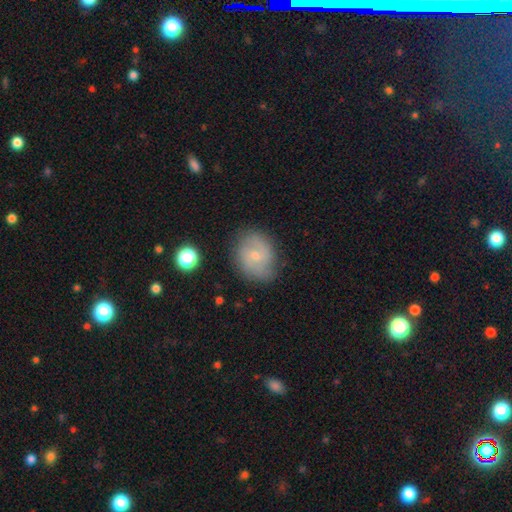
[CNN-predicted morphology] Smooth or featured? Predicted: featured or disk (p=0.57). Edge-on disk? Predicted: no (p=0.97). Bar? Predicted: no (p=0.48). Spiral arms? Predicted: yes (p=0.83). Bulge size? Predicted: small (p=0.67). Merging? Predicted: none (p=0.77).